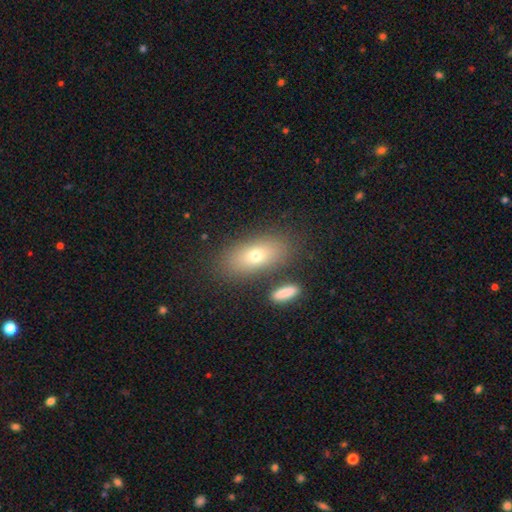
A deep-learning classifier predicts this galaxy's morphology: Smooth or featured? Predicted: smooth (p=0.71). How rounded? Predicted: in between (p=0.81). Merging? Predicted: none (p=0.77).